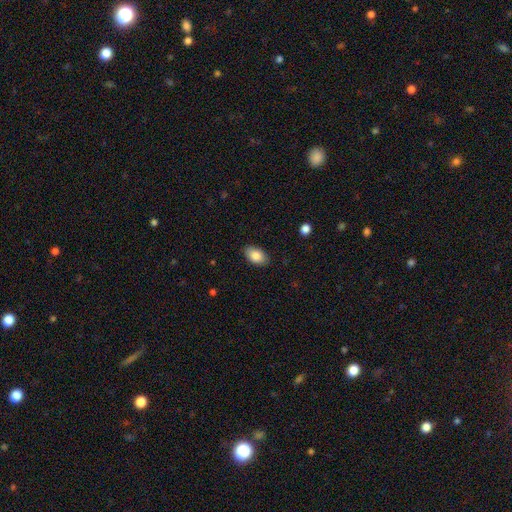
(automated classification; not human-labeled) smooth_or_featured: smooth (p=0.86) [alt: featured or disk p=0.07]
how_rounded: in between (p=0.92) [alt: round p=0.07]
merging: none (p=0.86) [alt: minor disturbance p=0.10]